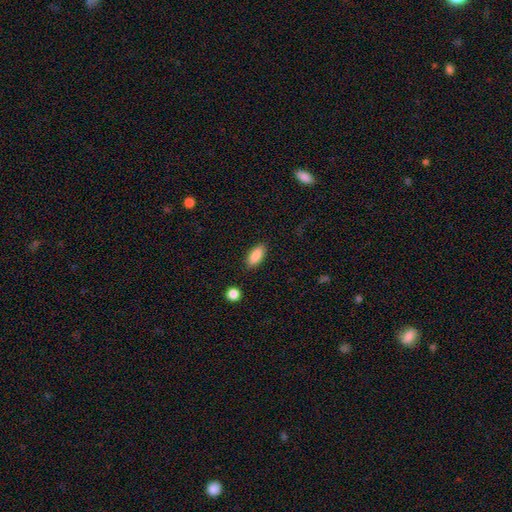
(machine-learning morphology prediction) A smooth galaxy with no disk features (88%) that is in between round and cigar-shaped (85%). Merging: none (87%).